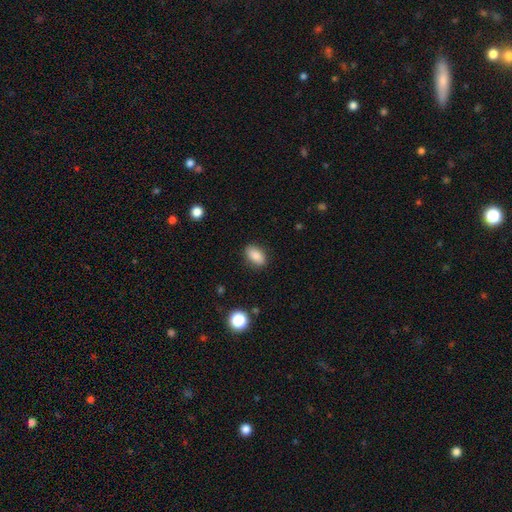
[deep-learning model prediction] A smooth galaxy with no disk features (85%) that is in between round and cigar-shaped (89%). Merging: none (87%).